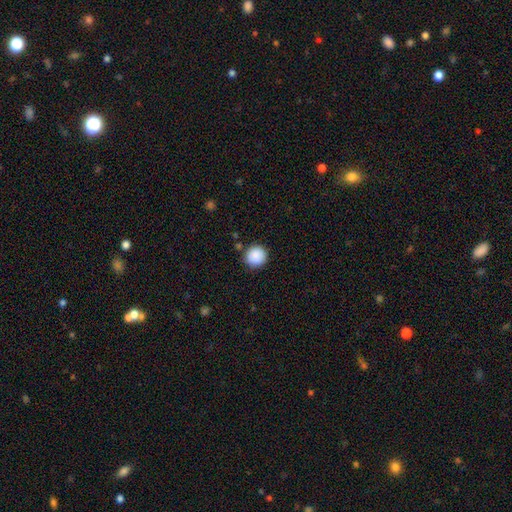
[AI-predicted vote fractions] smooth-or-featured: smooth: 89% | star or artifact: 8% | featured or disk: 3%
  how-rounded: round: 94% | in between: 6% | cigar-shaped: 1%
  merging: none: 88% | minor disturbance: 8% | major disturbance: 2% | merger: 2%